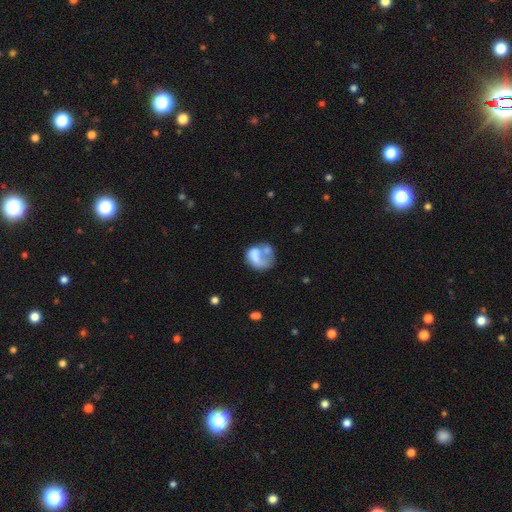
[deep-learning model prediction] Smooth or featured? smooth (54%)
How rounded? round (52%)
Merging? merger (31%)